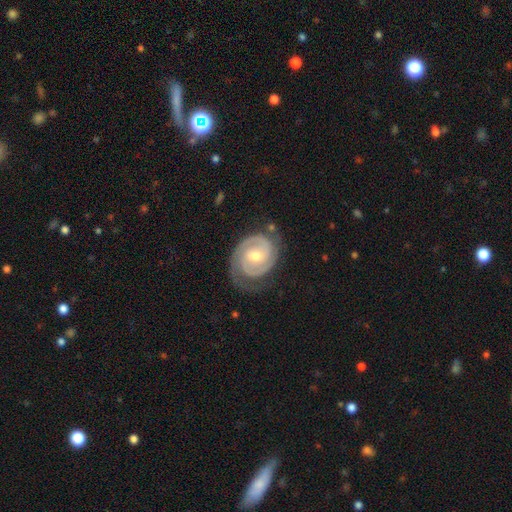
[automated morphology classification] Q: Smooth or featured?
A: featured or disk (90%); runner-up: smooth (6%)
Q: Edge-on disk?
A: no (98%); runner-up: yes (2%)
Q: Bar?
A: no (44%); runner-up: weak (43%)
Q: Spiral arms?
A: yes (98%); runner-up: no (2%)
Q: Spiral winding?
A: tight (68%); runner-up: medium (27%)
Q: Spiral arm count?
A: 2 (81%); runner-up: can't tell (6%)
Q: Bulge size?
A: moderate (60%); runner-up: small (36%)
Q: Merging?
A: none (70%); runner-up: minor disturbance (19%)